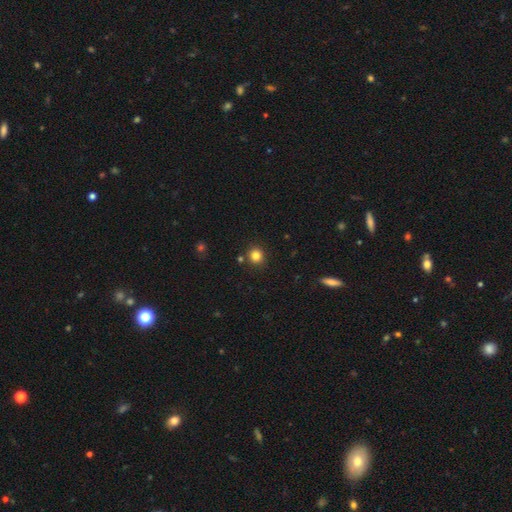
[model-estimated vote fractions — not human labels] This is clearly a smooth galaxy (82%). How rounded: clearly round (89%). Merging: clearly none (85%).